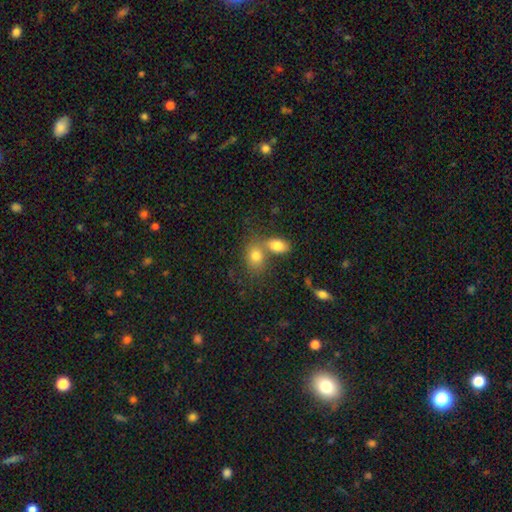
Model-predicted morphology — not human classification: smooth_or_featured: smooth (p=0.78) [alt: featured or disk p=0.11]
how_rounded: in between (p=0.62) [alt: round p=0.37]
merging: merger (p=0.51) [alt: none p=0.36]